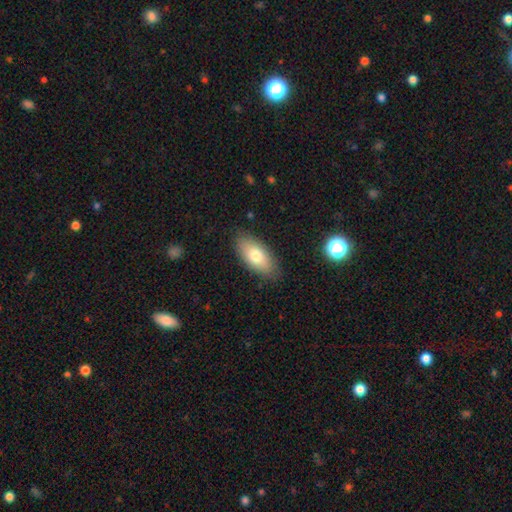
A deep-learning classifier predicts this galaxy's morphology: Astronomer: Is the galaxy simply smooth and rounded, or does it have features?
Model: smooth — 75%.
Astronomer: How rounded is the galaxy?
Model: in between — 89%.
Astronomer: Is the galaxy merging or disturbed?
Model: none — 85%.